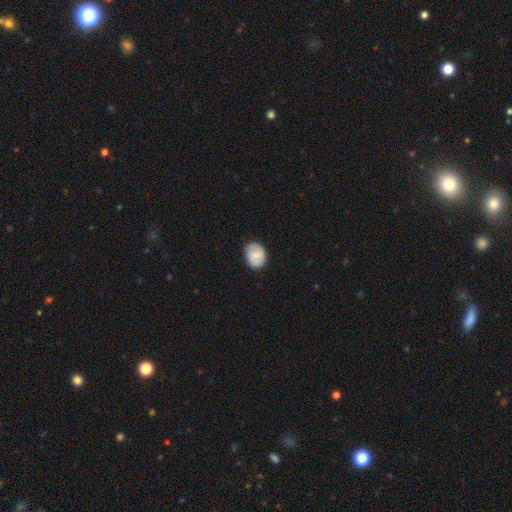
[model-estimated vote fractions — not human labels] This appears to be a smooth galaxy with no disk features (62%) that is in between round and cigar-shaped (56%). Merging: none (82%).